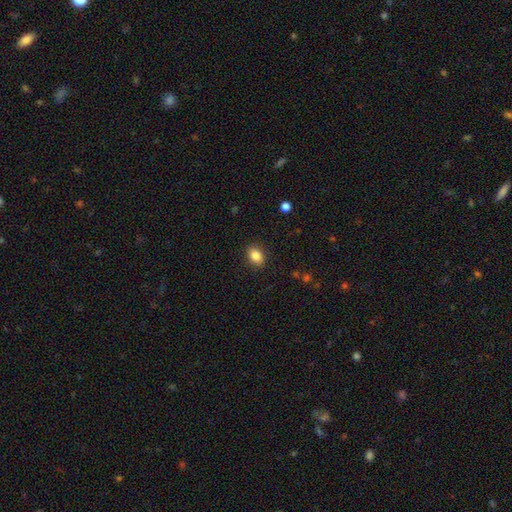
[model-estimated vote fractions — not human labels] Smooth or featured? smooth (86%)
How rounded? in between (77%)
Merging? none (88%)